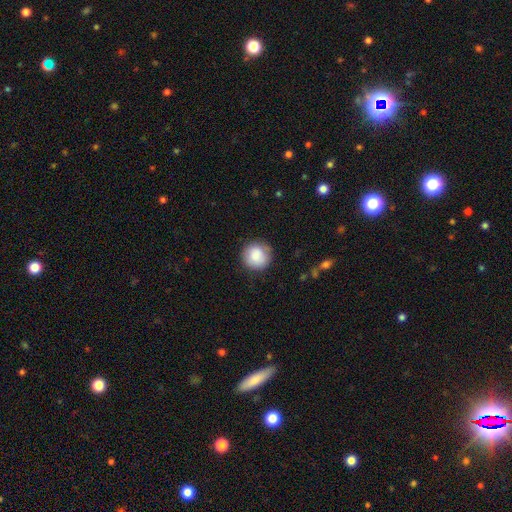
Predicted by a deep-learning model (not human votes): Q: Smooth or featured?
A: smooth (85%); runner-up: featured or disk (7%)
Q: How rounded?
A: round (94%); runner-up: in between (5%)
Q: Merging?
A: none (83%); runner-up: minor disturbance (13%)